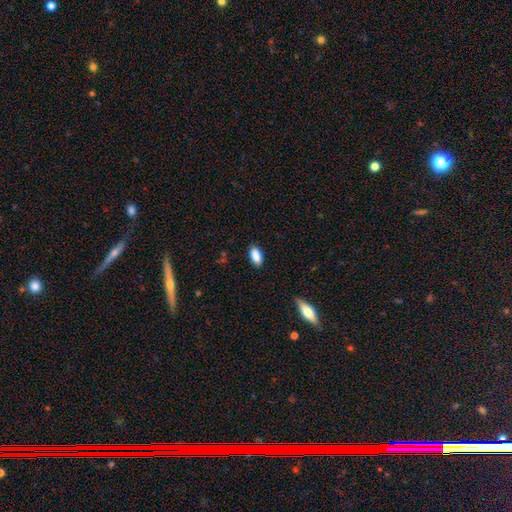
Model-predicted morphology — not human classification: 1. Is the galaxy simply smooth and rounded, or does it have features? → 88% smooth, 7% star or artifact, 5% featured or disk.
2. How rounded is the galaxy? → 90% in between, 8% cigar-shaped, 3% round.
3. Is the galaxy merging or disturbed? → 87% none, 10% minor disturbance, 2% major disturbance, 1% merger.